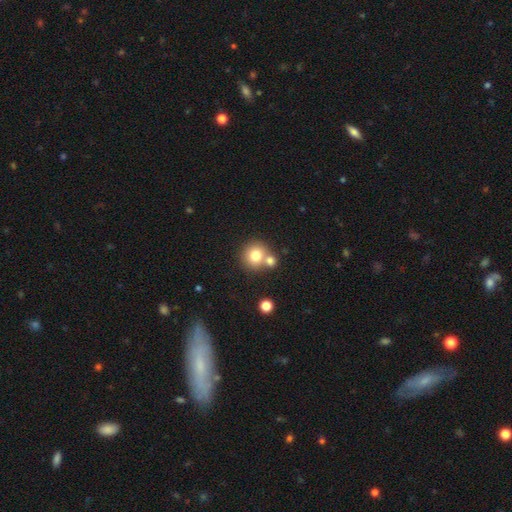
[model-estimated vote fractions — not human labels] Smooth or featured: smooth — 77% (featured or disk — 12%)
How rounded: round — 90% (in between — 9%)
Merging: none — 57% (merger — 33%)